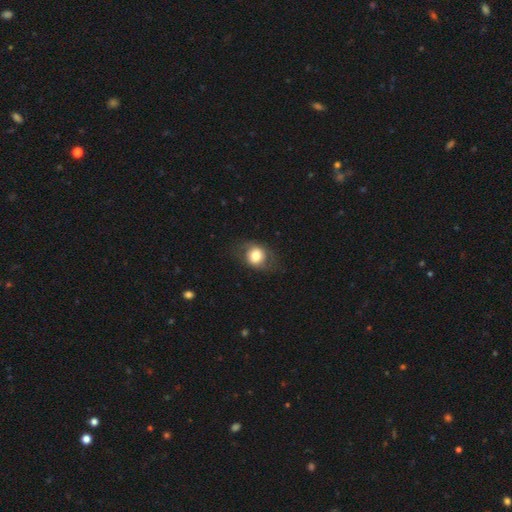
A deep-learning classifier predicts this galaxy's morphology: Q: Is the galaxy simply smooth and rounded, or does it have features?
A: smooth — 69%.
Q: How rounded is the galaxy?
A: round — 55%.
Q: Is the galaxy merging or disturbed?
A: none — 70%.